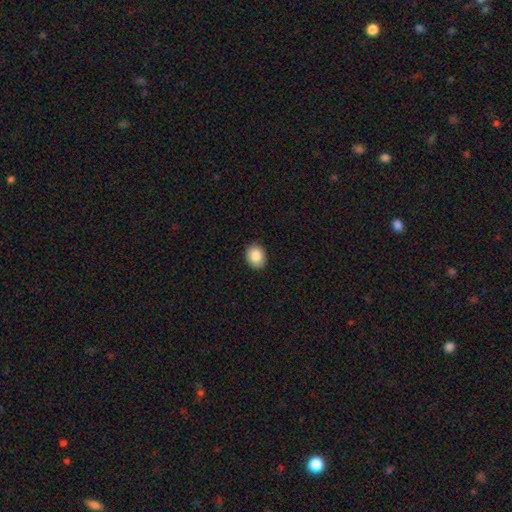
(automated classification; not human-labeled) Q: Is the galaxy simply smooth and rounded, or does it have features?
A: smooth — 86%.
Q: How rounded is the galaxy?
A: round — 54%.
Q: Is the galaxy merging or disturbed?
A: none — 90%.